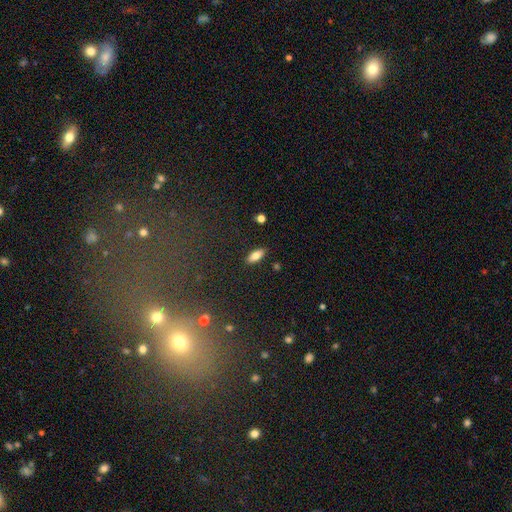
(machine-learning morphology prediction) Overall: smooth (79%). How rounded: in between (83%). Merging: none (88%).